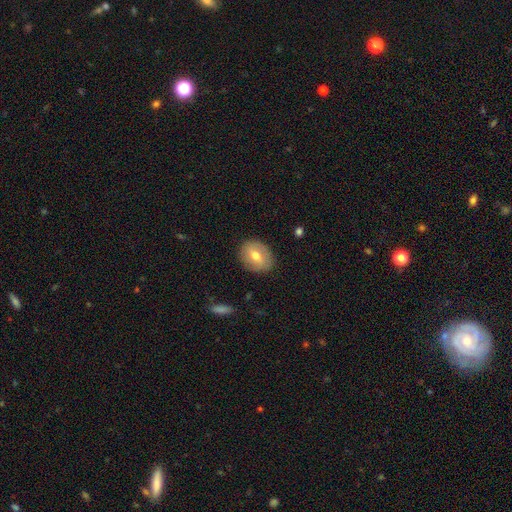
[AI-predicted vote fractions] The model was most divided on "how rounded": in between: 52%, round: 46%, cigar-shaped: 1%. More confident: merging — none (85%); smooth or featured — smooth (60%).